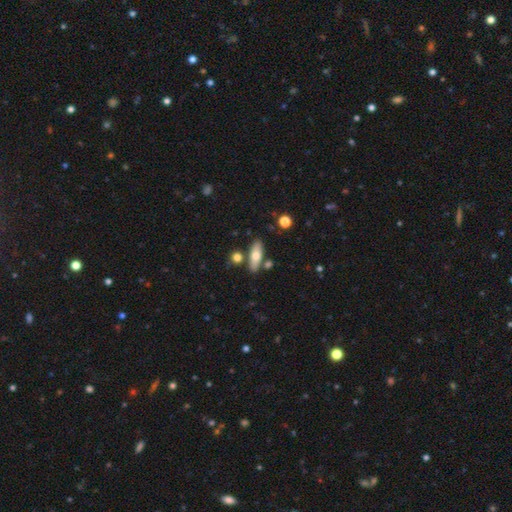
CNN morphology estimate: Overall: smooth (68%). How rounded: in between (58%; cigar-shaped 38%). Merging: none (77%).